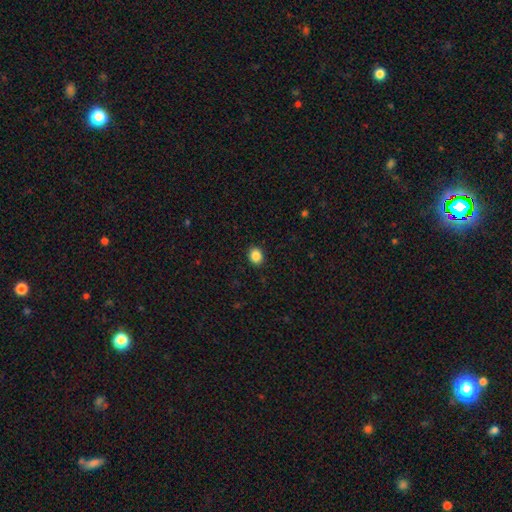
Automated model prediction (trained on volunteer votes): smooth 87%, star or artifact 9%, featured or disk 3%. Down the decision tree: how rounded — round (55%); merging — none (91%).